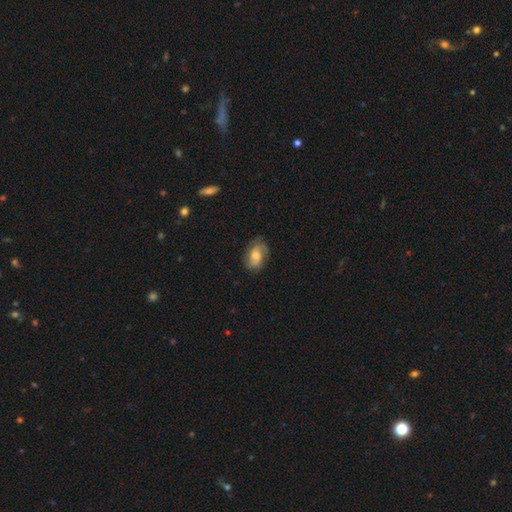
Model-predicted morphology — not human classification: Smooth or featured? Predicted: featured or disk (p=0.54). Edge-on disk? Predicted: no (p=0.96). Bar? Predicted: no (p=0.60). Spiral arms? Predicted: yes (p=0.87). Bulge size? Predicted: moderate (p=0.54). Merging? Predicted: none (p=0.68).